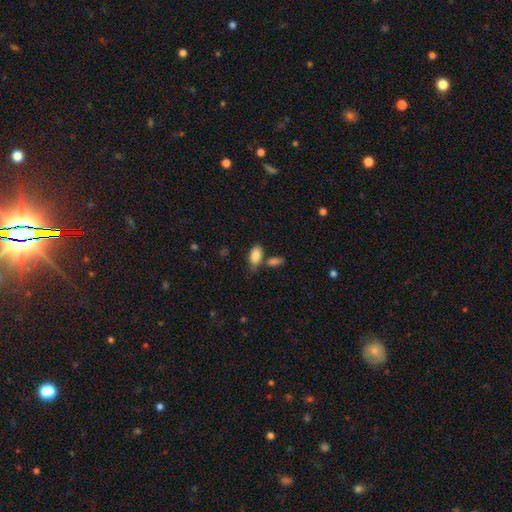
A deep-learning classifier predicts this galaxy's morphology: Smooth or featured? Predicted: smooth (p=0.87). How rounded? Predicted: in between (p=0.92). Merging? Predicted: none (p=0.51).